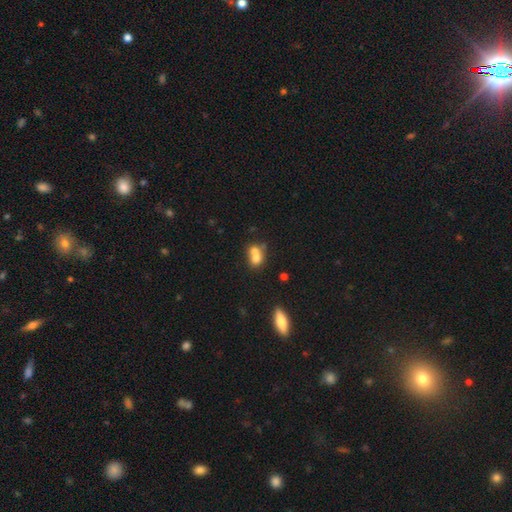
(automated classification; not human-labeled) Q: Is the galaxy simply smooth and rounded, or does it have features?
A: smooth — 70%.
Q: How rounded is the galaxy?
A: round — 53%.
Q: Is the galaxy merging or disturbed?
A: merger — 64%.